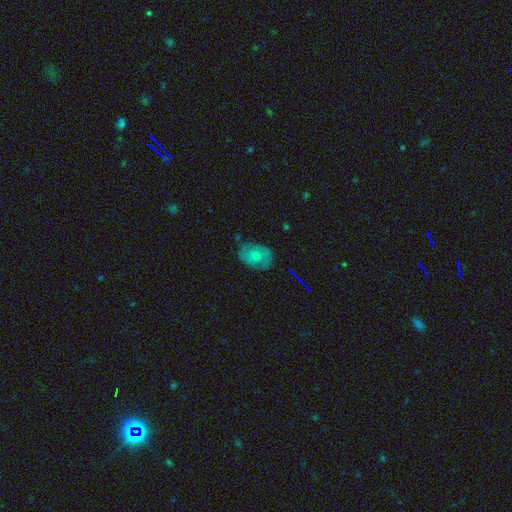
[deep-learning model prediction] Smooth or featured: smooth — 57% (featured or disk — 34%)
How rounded: in between — 76% (round — 23%)
Merging: none — 67% (minor disturbance — 24%)